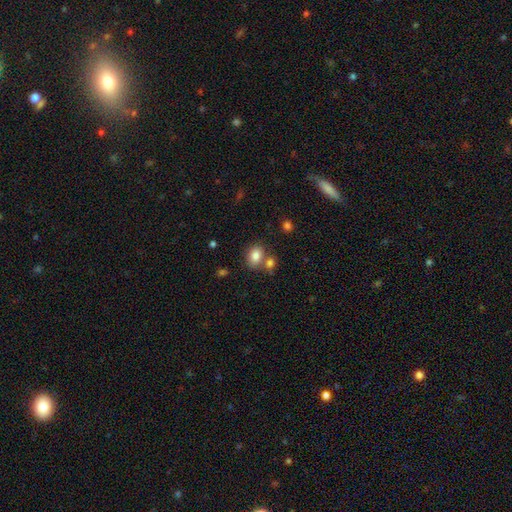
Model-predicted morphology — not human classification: A smooth galaxy with no disk features (83%) that is in between round and cigar-shaped (66%). Merging: none (60%).